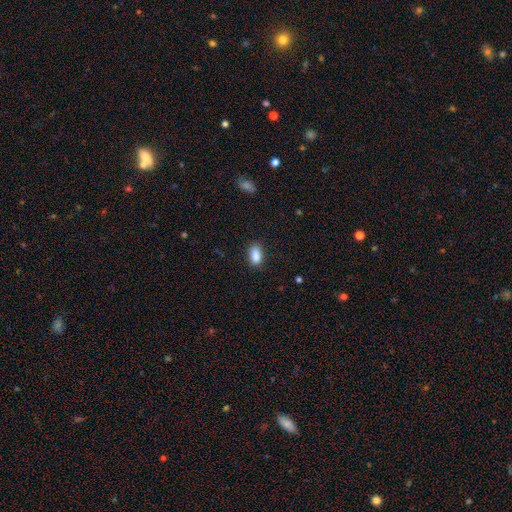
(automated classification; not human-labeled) Smooth or featured? Predicted: smooth (p=0.87). How rounded? Predicted: in between (p=0.88). Merging? Predicted: none (p=0.82).